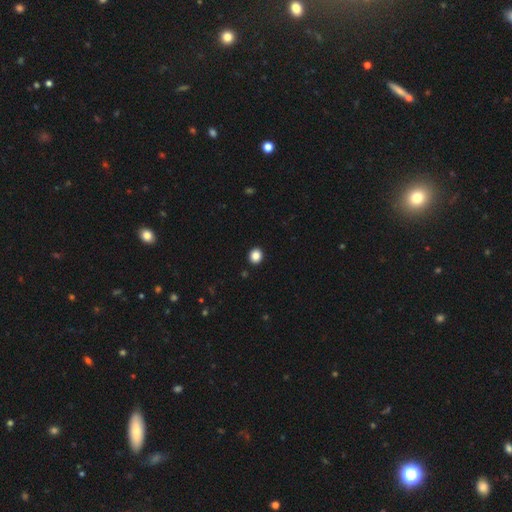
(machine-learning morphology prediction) This is clearly a smooth galaxy (87%). How rounded: likely round (78%). Merging: clearly none (93%).